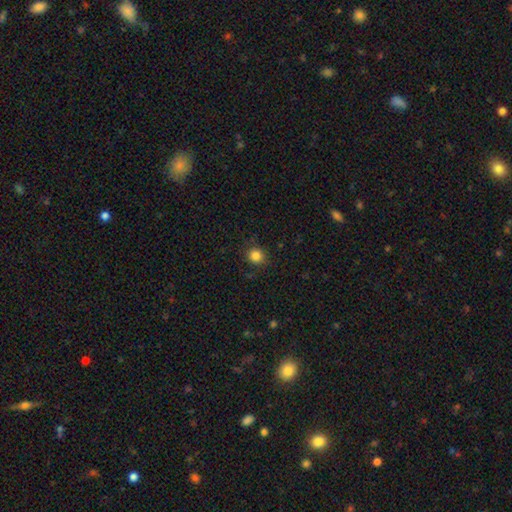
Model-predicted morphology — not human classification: A smooth galaxy with no disk features (84%) that is round (91%).

Vote fractions:
- Smooth or featured? smooth: 84% / star or artifact: 11% / featured or disk: 4%
- How rounded? round: 91% / in between: 8% / cigar-shaped: 1%
- Merging? none: 86% / minor disturbance: 10% / major disturbance: 3% / merger: 1%